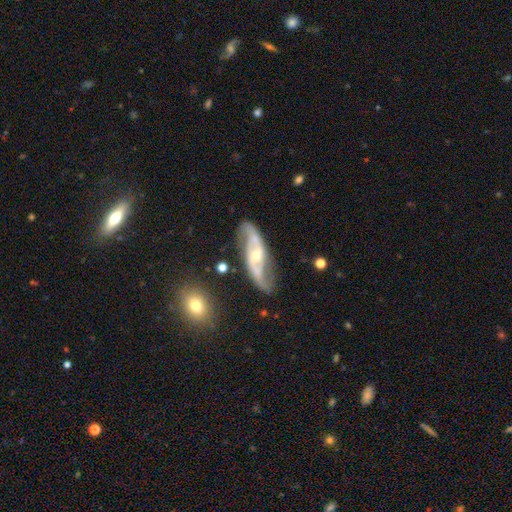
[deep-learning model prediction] Overall: featured or disk (86%). Edge-on disk: no (90%). Bar: no (42%; weak 39%). Spiral arms: yes (95%). Spiral arm count: 2 (90%). Spiral winding: medium (43%; loose 41%). Bulge size: moderate (49%; small 46%). Merging: none (73%).